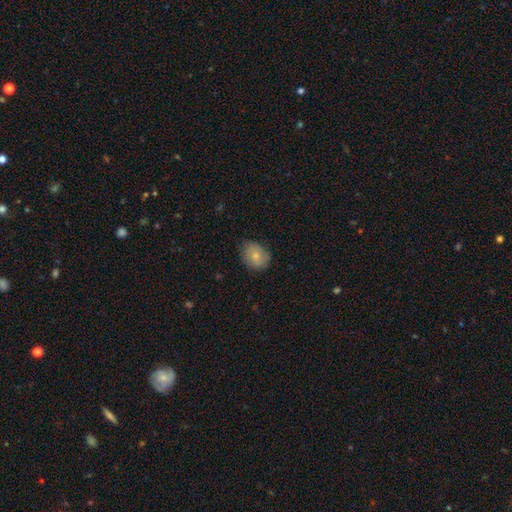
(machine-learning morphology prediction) This appears to be a smooth galaxy with no disk features (76%) that is in between round and cigar-shaped (50%). Merging: none (77%).